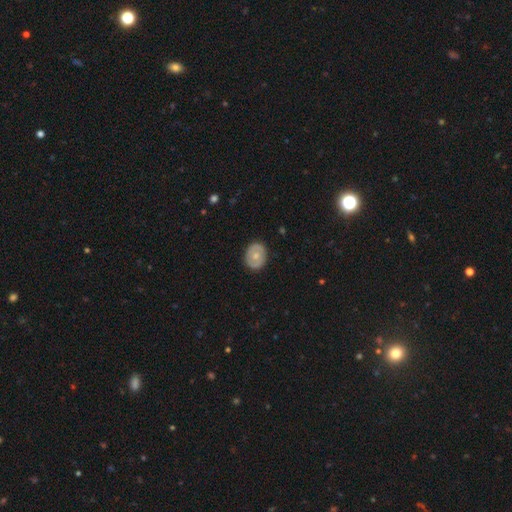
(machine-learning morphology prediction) The model was most divided on "how rounded": round: 54%, in between: 45%, cigar-shaped: 1%. More confident: merging — none (87%); smooth or featured — smooth (56%).